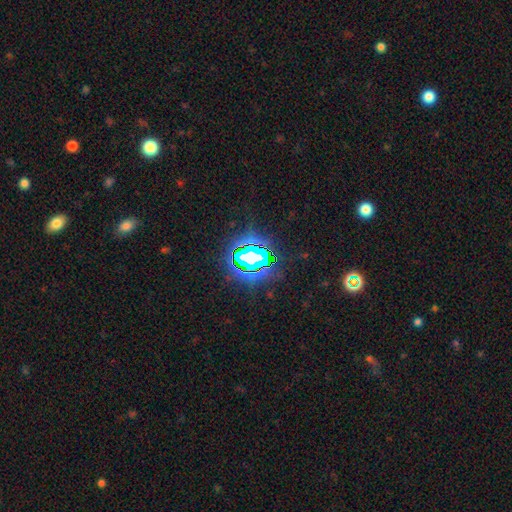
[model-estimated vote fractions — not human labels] Morphology: type=star or artifact (72%).